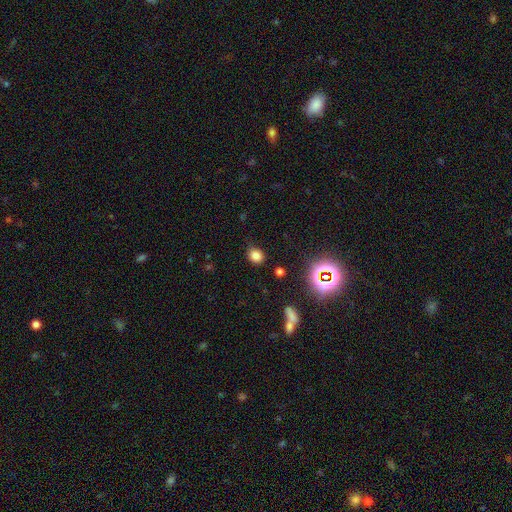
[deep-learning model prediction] The model was most divided on "how rounded": round: 65%, in between: 34%, cigar-shaped: 1%. More confident: merging — none (79%); smooth or featured — smooth (78%).